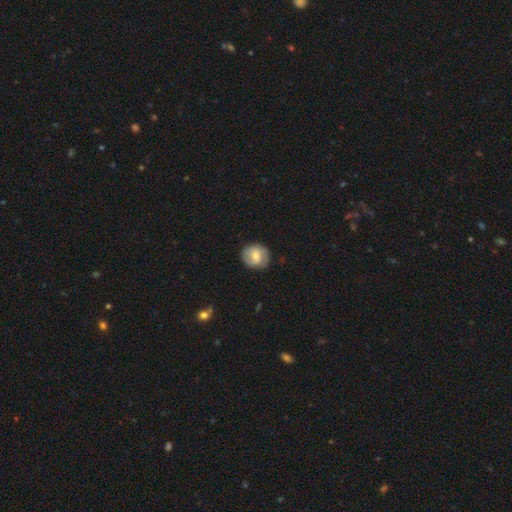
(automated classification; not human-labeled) Smooth or featured? Predicted: smooth (p=0.51). How rounded? Predicted: round (p=0.81). Merging? Predicted: none (p=0.81).